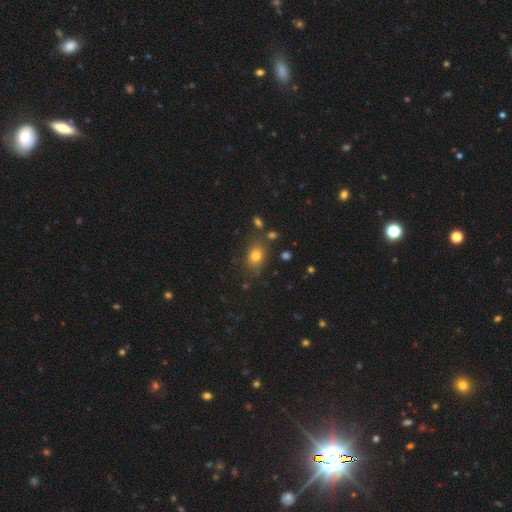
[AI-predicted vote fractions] The model was most divided on "how rounded": in between: 67%, round: 32%, cigar-shaped: 2%. More confident: smooth or featured — smooth (77%); merging — none (76%).